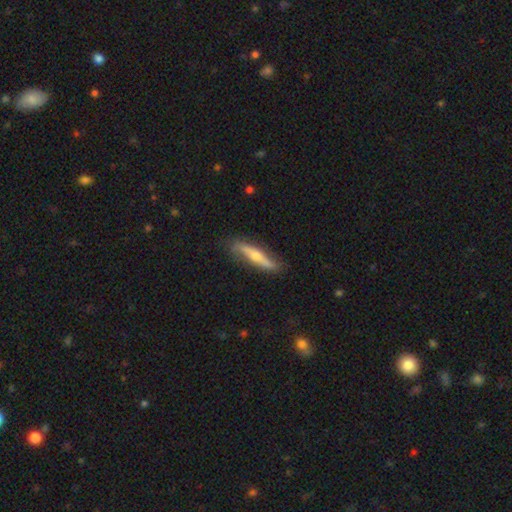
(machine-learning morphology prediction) Overall: featured or disk (61%; smooth 33%). Edge-on disk: yes (78%). Merging: none (79%).